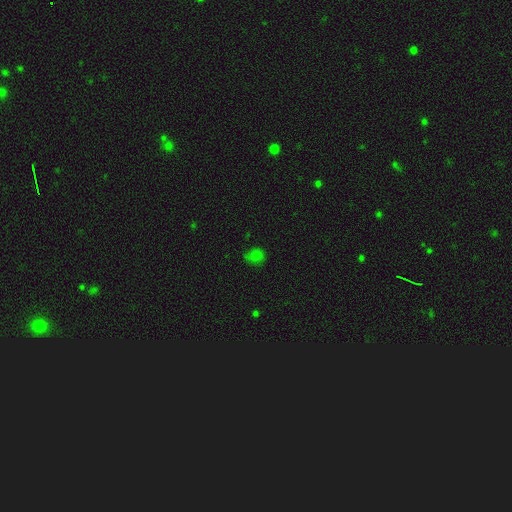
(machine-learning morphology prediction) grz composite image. It shows a smooth galaxy with no disk features (68%) that is round (69%). Merging: none (71%).